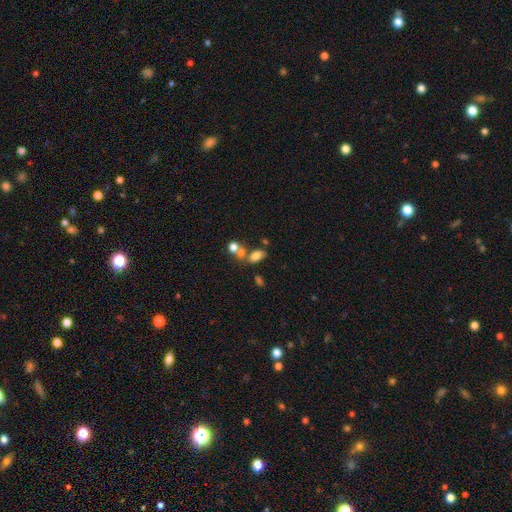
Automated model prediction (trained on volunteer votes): smooth_or_featured: smooth (p=0.75) [alt: star or artifact p=0.12]
how_rounded: in between (p=0.87) [alt: round p=0.09]
merging: none (p=0.46) [alt: merger p=0.34]